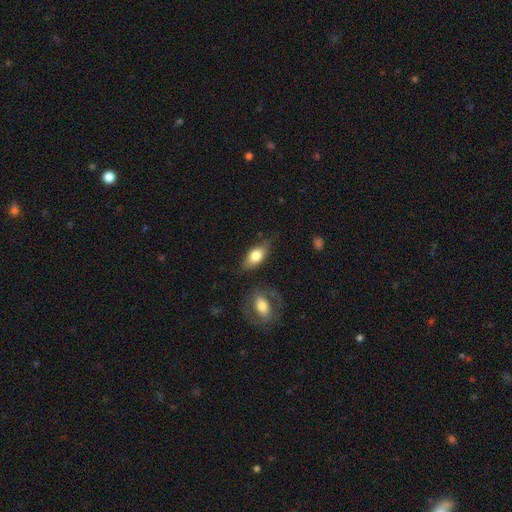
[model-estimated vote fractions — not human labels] Q: Smooth or featured?
A: smooth (73%); runner-up: featured or disk (21%)
Q: How rounded?
A: in between (84%); runner-up: cigar-shaped (11%)
Q: Merging?
A: none (73%); runner-up: minor disturbance (18%)